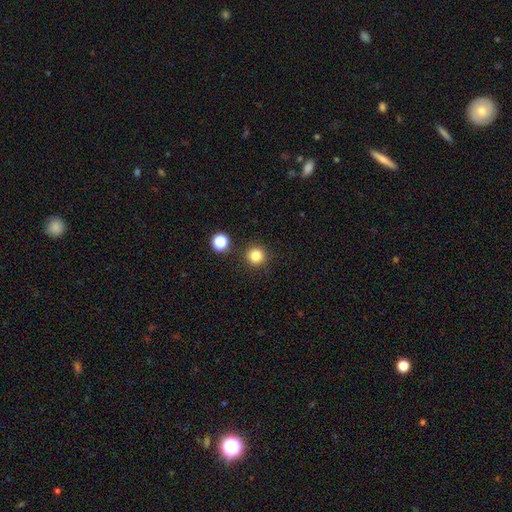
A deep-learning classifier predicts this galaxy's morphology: A smooth galaxy with no disk features (82%) that is round (95%).

Vote fractions:
- Smooth or featured? smooth: 82% / star or artifact: 13% / featured or disk: 5%
- How rounded? round: 95% / in between: 4% / cigar-shaped: 1%
- Merging? none: 89% / minor disturbance: 6% / merger: 3% / major disturbance: 2%